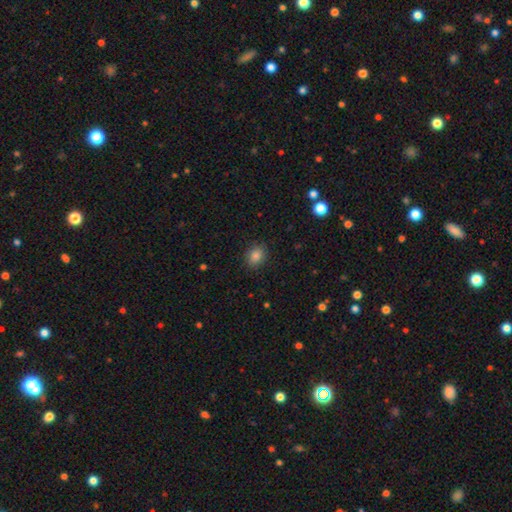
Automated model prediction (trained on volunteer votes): This appears to be a smooth galaxy with no disk features (84%) that is round (53%). Merging: none (88%).